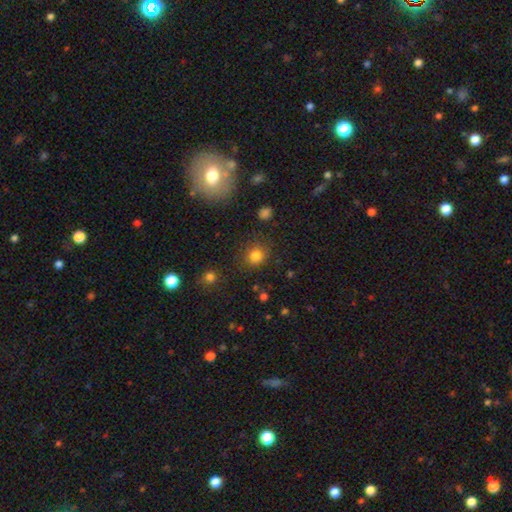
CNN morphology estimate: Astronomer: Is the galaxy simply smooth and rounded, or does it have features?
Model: smooth — 80%.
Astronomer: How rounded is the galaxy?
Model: round — 85%.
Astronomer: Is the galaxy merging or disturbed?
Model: none — 82%.